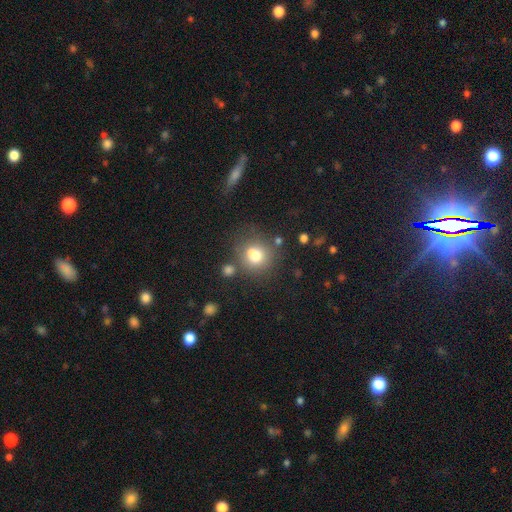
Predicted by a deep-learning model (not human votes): smooth-or-featured: smooth: 73% | featured or disk: 14% | star or artifact: 13%
  how-rounded: round: 77% | in between: 22% | cigar-shaped: 1%
  merging: none: 54% | merger: 25% | minor disturbance: 14% | major disturbance: 7%